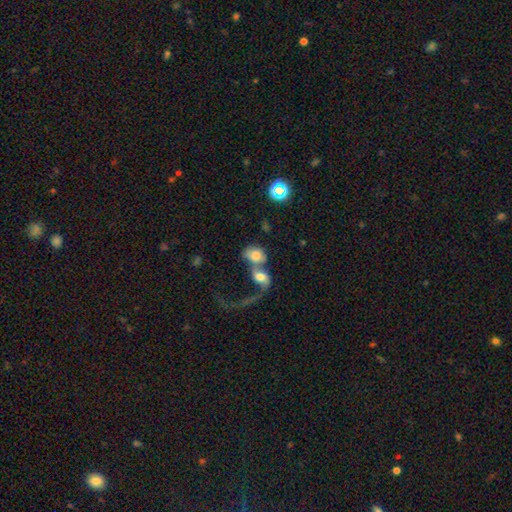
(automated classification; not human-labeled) Smooth or featured?
  - smooth: 58% *
  - featured or disk: 31%
  - star or artifact: 11%
How rounded?
  - in between: 57% *
  - round: 40%
  - cigar-shaped: 2%
Merging?
  - merger: 76% *
  - none: 10%
  - major disturbance: 9%
  - minor disturbance: 4%